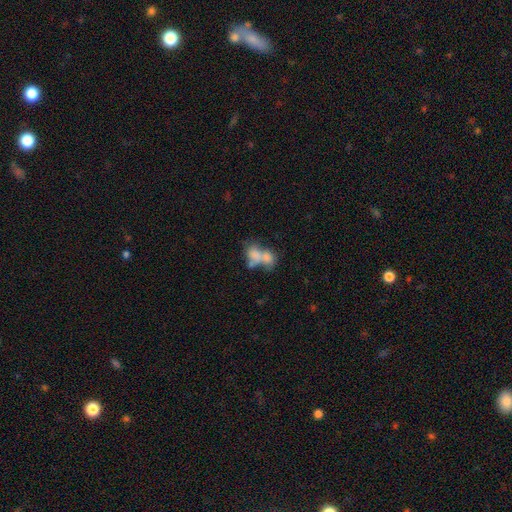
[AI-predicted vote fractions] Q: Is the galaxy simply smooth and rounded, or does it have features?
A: smooth — 66%.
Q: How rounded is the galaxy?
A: in between — 76%.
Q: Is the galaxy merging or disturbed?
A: merger — 69%.